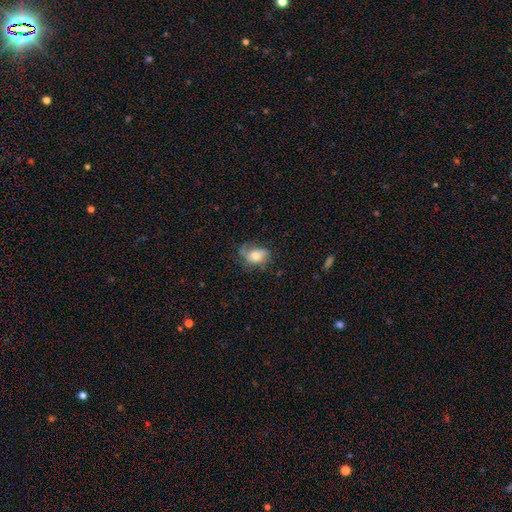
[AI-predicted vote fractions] Smooth or featured? smooth (58%)
How rounded? in between (77%)
Merging? none (45%)